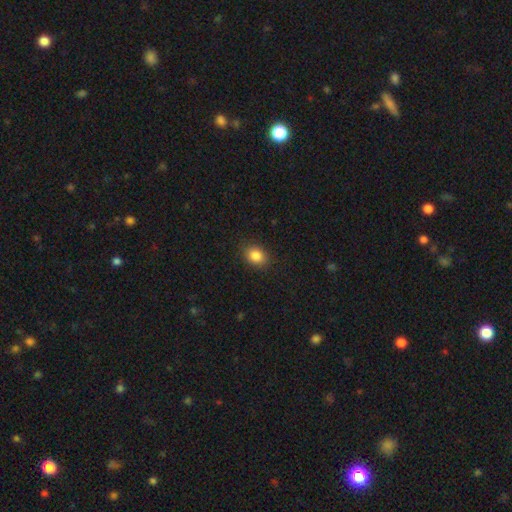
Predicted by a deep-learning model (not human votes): Morphology: type=smooth (85%); roundness=in between (56%); merging=none (88%).